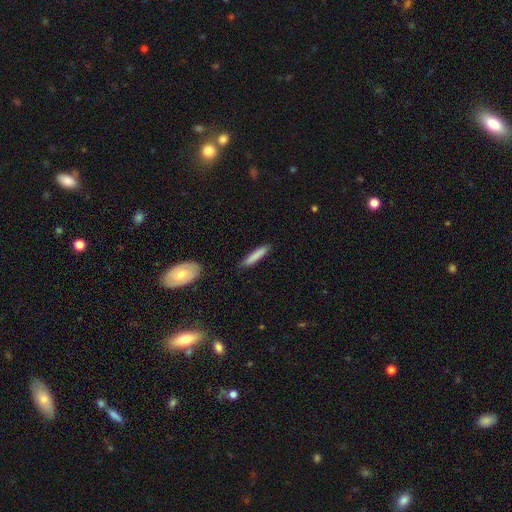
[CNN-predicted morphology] type=smooth (83%); roundness=cigar-shaped (88%); merging=none (87%).